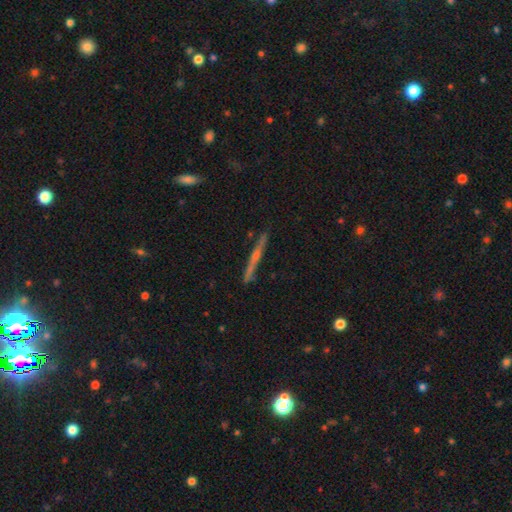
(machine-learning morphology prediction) A featured or disk galaxy (67%) viewed edge-on (97%) with a rounded central bulge (63%).

Vote fractions:
- Smooth or featured? featured or disk: 67% / smooth: 26% / star or artifact: 7%
- Edge-on disk? yes: 97% / no: 3%
- Edge-on bulge? rounded: 63% / none: 31% / boxy: 6%
- Merging? none: 86% / minor disturbance: 10% / merger: 2% / major disturbance: 2%